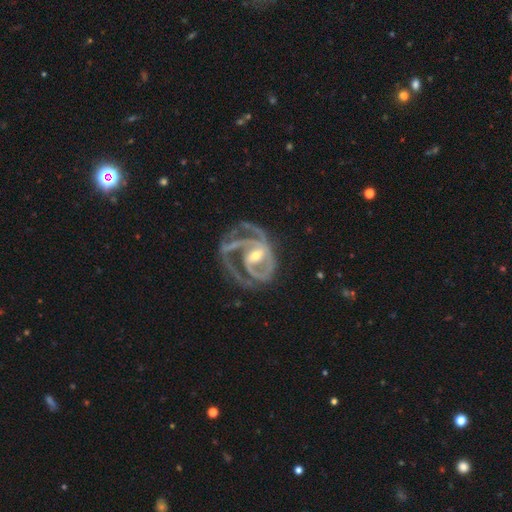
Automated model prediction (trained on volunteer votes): A featured or disk galaxy (91%) with a weak bar (39%, tied with strong), 2 (38%) medium (46%) spiral arms (96%) and a moderate central bulge (50%). Merging: none (39%).